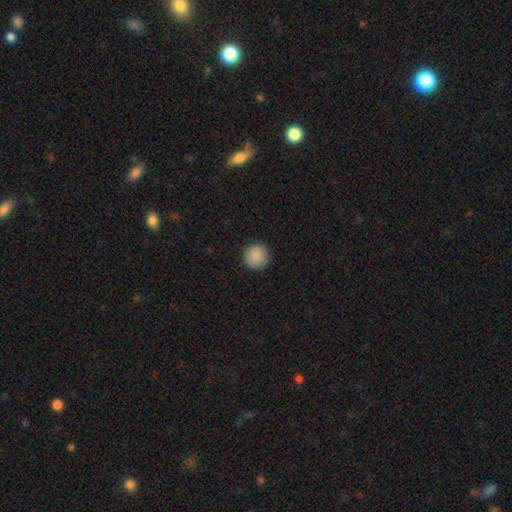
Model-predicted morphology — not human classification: A smooth galaxy with no disk features (89%) that is round (95%). Merging: none (91%).